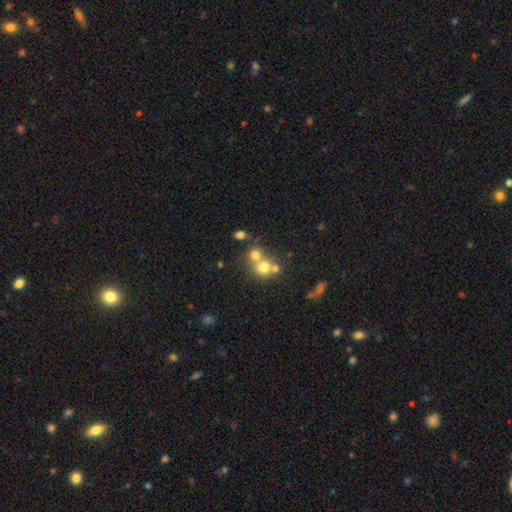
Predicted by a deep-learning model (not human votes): Morphology: type=smooth (56%); roundness=round (82%); merging=merger (51%).